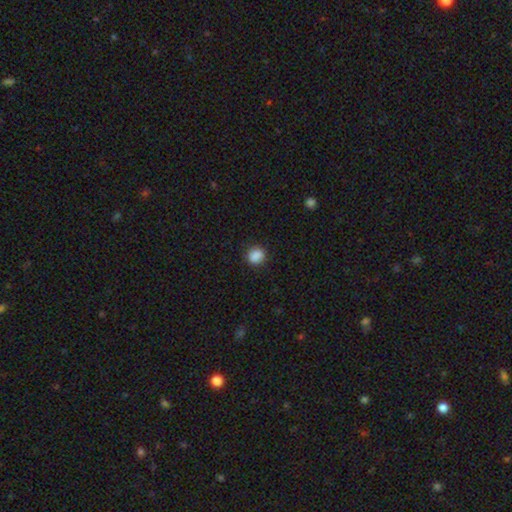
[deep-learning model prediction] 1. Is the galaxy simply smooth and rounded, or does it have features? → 88% smooth, 9% star or artifact, 3% featured or disk.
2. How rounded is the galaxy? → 74% round, 25% in between, 1% cigar-shaped.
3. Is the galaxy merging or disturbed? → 87% none, 9% minor disturbance, 3% major disturbance, 1% merger.